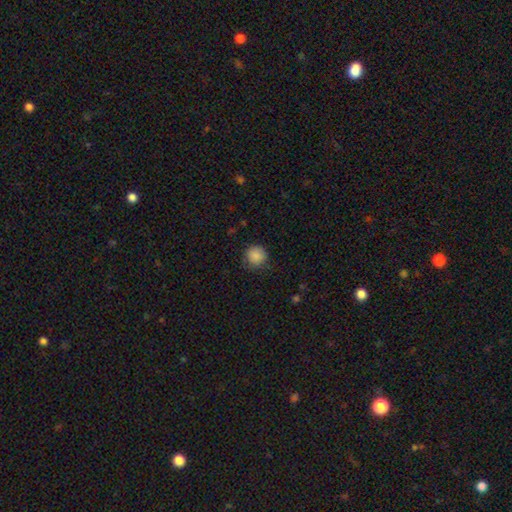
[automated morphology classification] The model was most divided on "merging": none: 83%, minor disturbance: 13%, major disturbance: 3%, merger: 1%. More confident: how rounded — round (93%); smooth or featured — smooth (87%).